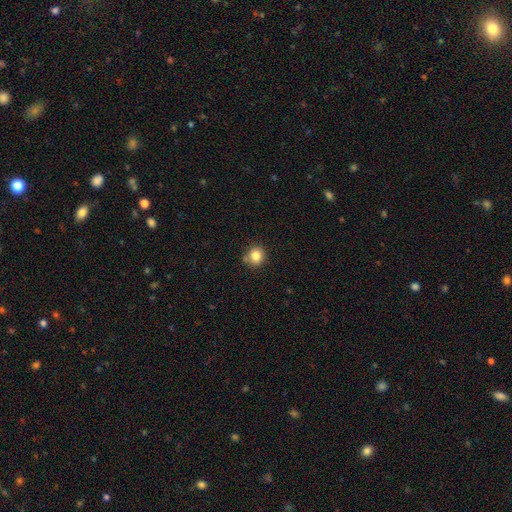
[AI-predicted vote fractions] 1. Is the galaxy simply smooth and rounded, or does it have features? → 83% smooth, 11% star or artifact, 6% featured or disk.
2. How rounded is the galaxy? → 83% round, 16% in between, 1% cigar-shaped.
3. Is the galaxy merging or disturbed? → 76% none, 14% minor disturbance, 7% merger, 3% major disturbance.